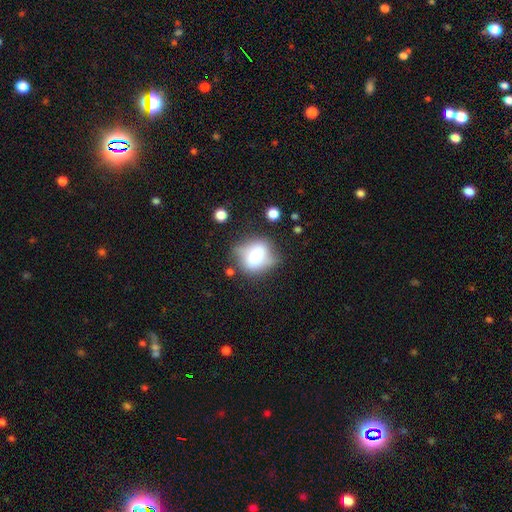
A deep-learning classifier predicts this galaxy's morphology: This is likely a smooth galaxy (61%). How rounded: possibly round (56%). Merging: possibly none (52%).